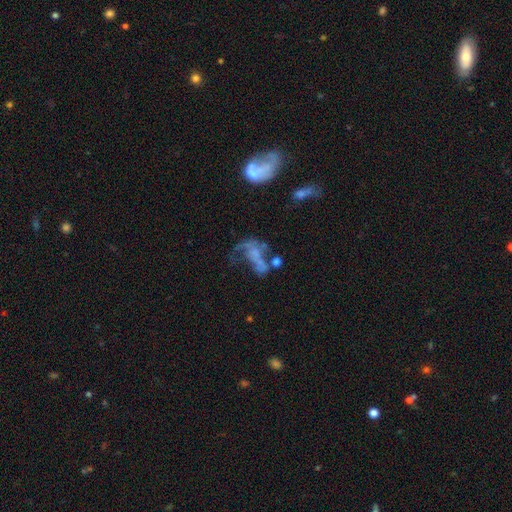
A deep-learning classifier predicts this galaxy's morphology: smooth-or-featured: featured or disk: 56% | smooth: 26% | star or artifact: 18%
  disk-edge-on: no: 96% | yes: 4%
    bar: no: 81% | weak: 14% | strong: 5%
    has-spiral-arms: no: 70% | yes: 30%
    bulge-size: none: 62% | small: 22% | moderate: 11% | large: 3% | dominant: 2%
  merging: major disturbance: 42% | merger: 26% | none: 20% | minor disturbance: 12%